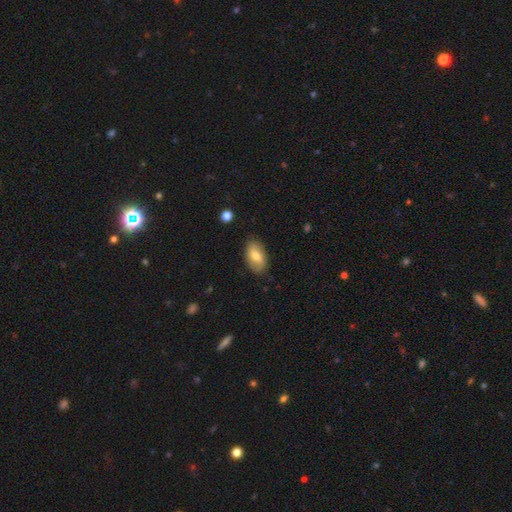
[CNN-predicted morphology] Overall: smooth (67%). How rounded: in between (93%). Merging: none (82%).